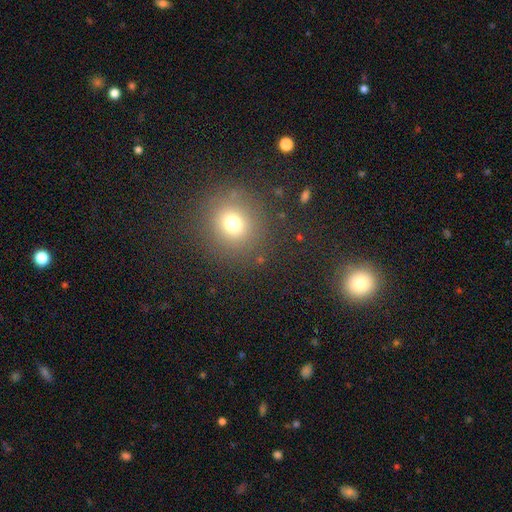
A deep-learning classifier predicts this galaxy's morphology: Q: Smooth or featured?
A: smooth (66%); runner-up: star or artifact (26%)
Q: How rounded?
A: round (88%); runner-up: in between (11%)
Q: Merging?
A: none (88%); runner-up: minor disturbance (7%)